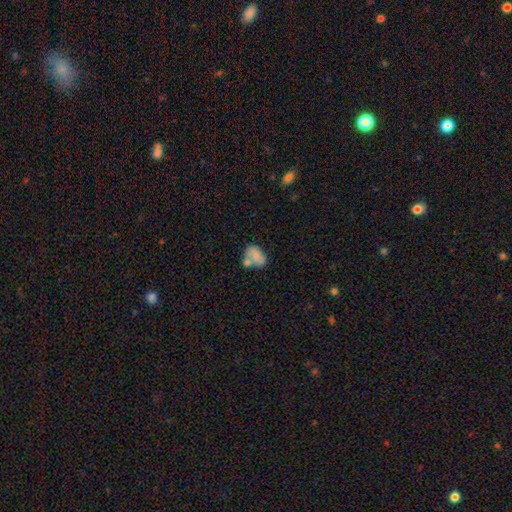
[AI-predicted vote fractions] The model was most divided on "merging": merger: 42%, none: 31%, minor disturbance: 18%, major disturbance: 9%. More confident: how rounded — in between (79%); smooth or featured — smooth (71%).